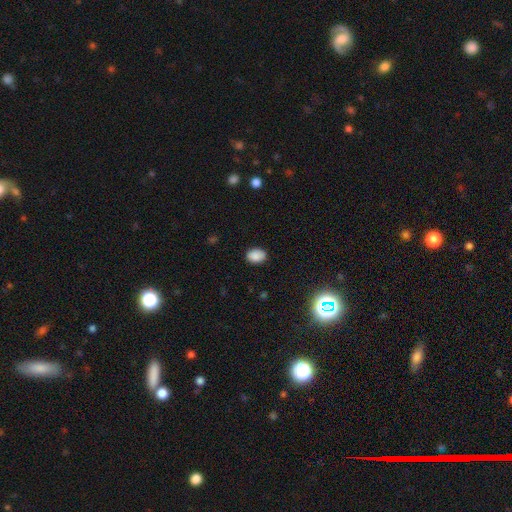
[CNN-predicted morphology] The model was most divided on "how rounded": in between: 71%, round: 28%, cigar-shaped: 1%. More confident: merging — none (85%); smooth or featured — smooth (85%).